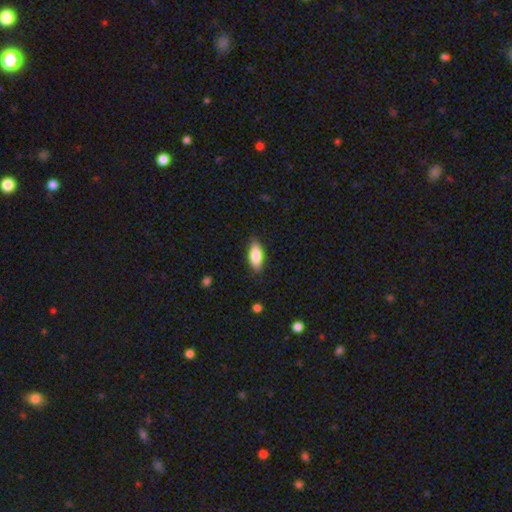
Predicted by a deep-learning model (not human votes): smooth-or-featured: smooth: 82% | featured or disk: 12% | star or artifact: 6%
  how-rounded: in between: 80% | cigar-shaped: 18% | round: 2%
  merging: none: 84% | minor disturbance: 12% | major disturbance: 2% | merger: 1%